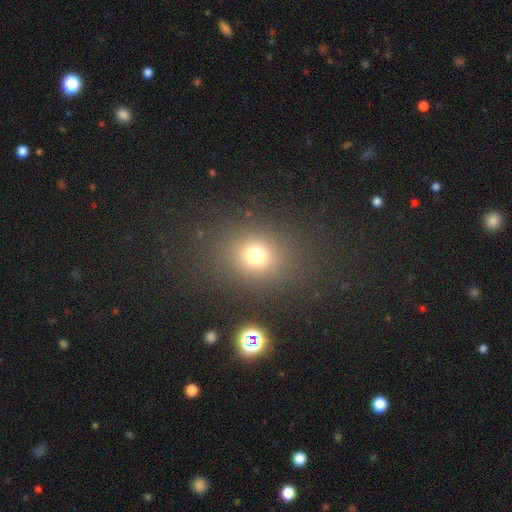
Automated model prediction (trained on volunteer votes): This is likely a smooth galaxy (72%). How rounded: likely round (73%). Merging: clearly none (83%).